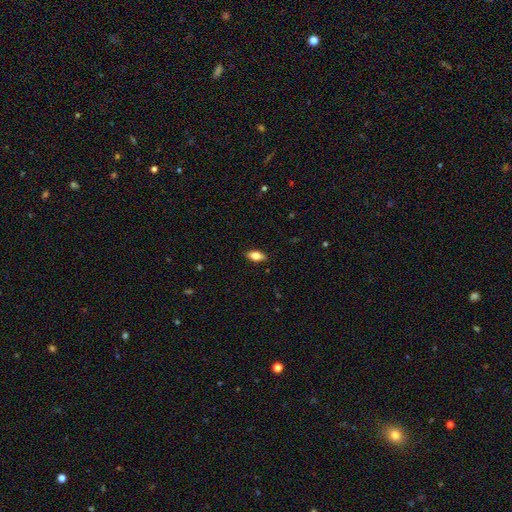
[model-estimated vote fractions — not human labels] This appears to be a smooth galaxy with no disk features (71%) that is in between round and cigar-shaped (86%). Merging: none (88%).